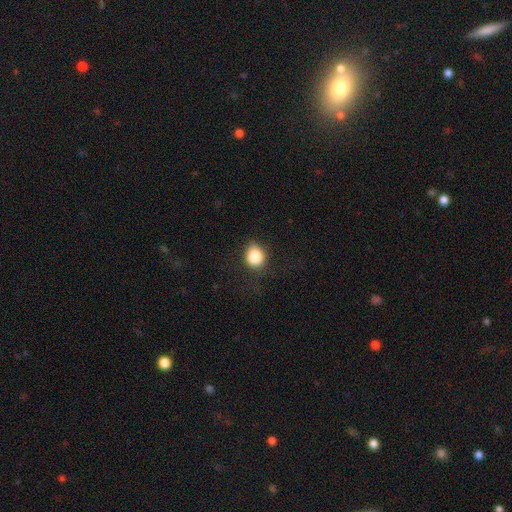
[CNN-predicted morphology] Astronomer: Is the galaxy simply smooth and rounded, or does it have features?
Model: smooth — 86%.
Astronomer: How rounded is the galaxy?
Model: round — 63%.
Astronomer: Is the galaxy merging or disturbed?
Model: none — 70%.